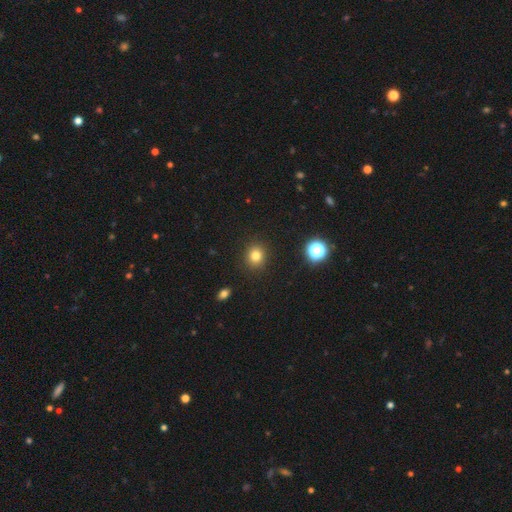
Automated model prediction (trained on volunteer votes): Q: Smooth or featured?
A: smooth (80%); runner-up: star or artifact (14%)
Q: How rounded?
A: round (79%); runner-up: in between (20%)
Q: Merging?
A: none (90%); runner-up: minor disturbance (6%)